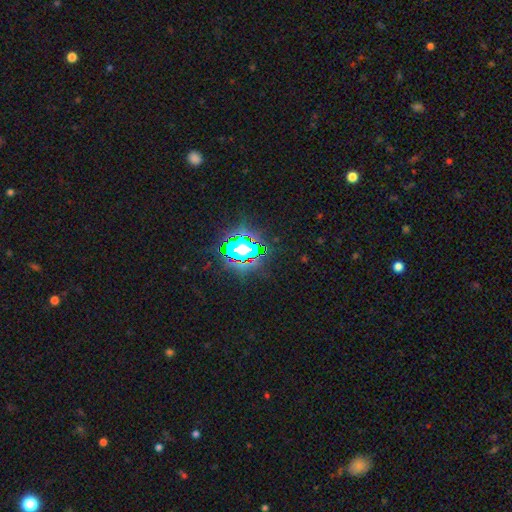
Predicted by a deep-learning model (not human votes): Smooth or featured? star or artifact (74%)